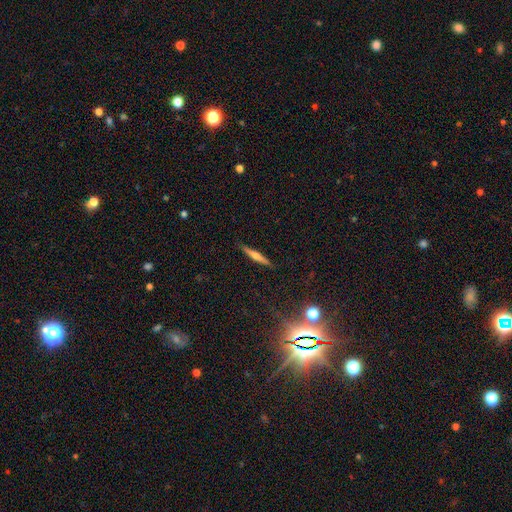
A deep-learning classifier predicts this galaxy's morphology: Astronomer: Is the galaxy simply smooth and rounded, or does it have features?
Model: featured or disk — 48% (runner-up: smooth, 44%).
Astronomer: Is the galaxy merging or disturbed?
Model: none — 89%.